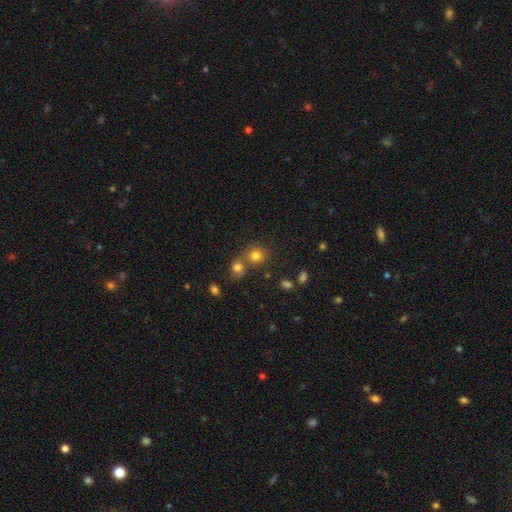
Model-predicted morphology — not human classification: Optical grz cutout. It shows a smooth galaxy with no disk features (78%) that is round (85%). Merging: none (55%).